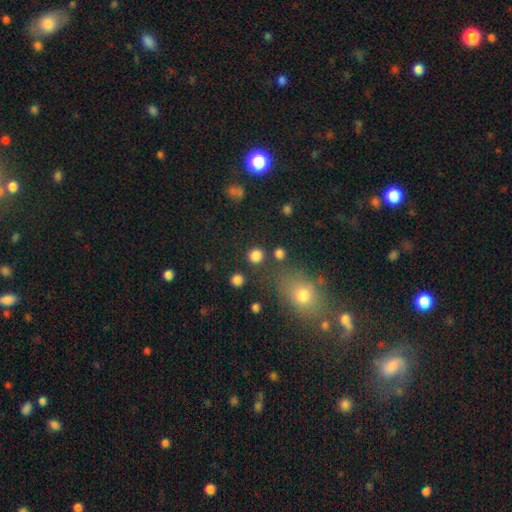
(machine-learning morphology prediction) A smooth galaxy with no disk features (82%) that is round (89%). Merging: none (84%).